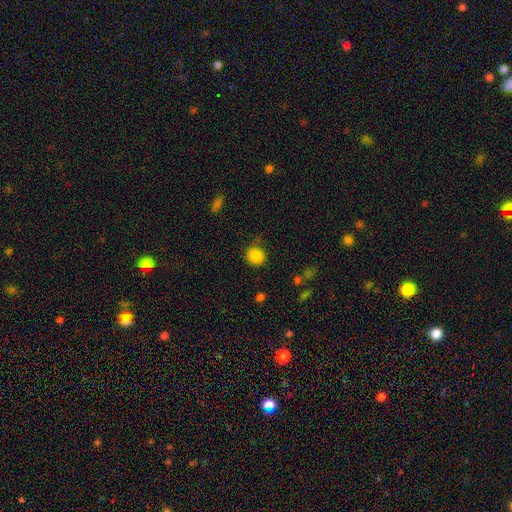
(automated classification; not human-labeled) smooth_or_featured: smooth (p=0.86) [alt: star or artifact p=0.11]
how_rounded: round (p=0.86) [alt: in between p=0.13]
merging: none (p=0.75) [alt: minor disturbance p=0.18]